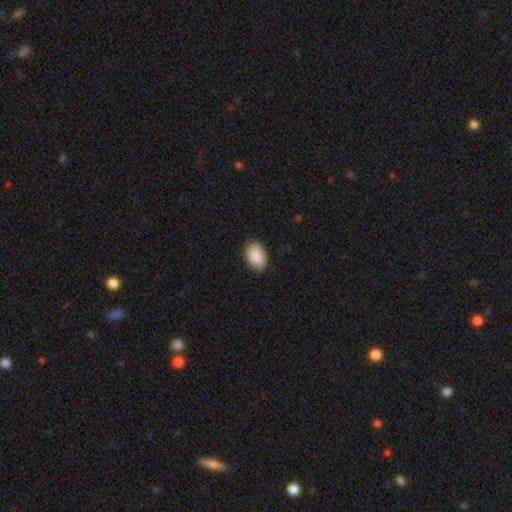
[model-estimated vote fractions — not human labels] Overall: smooth (88%). How rounded: in between (90%). Merging: none (81%).